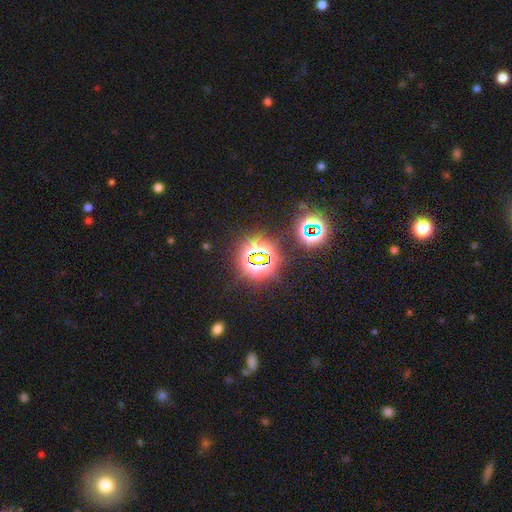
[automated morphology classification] This is likely a star or artifact rather than a galaxy (76%).